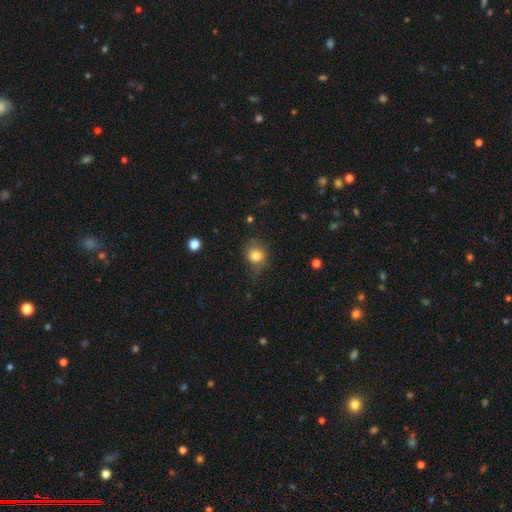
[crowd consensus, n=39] Smooth or featured? smooth (85%)
How rounded? round (67%)
Merging? none (69%)